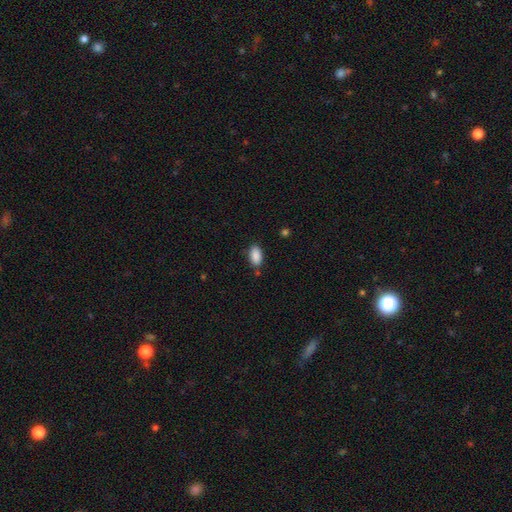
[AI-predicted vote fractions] Morphology: type=smooth (90%); roundness=in between (93%); merging=none (80%).